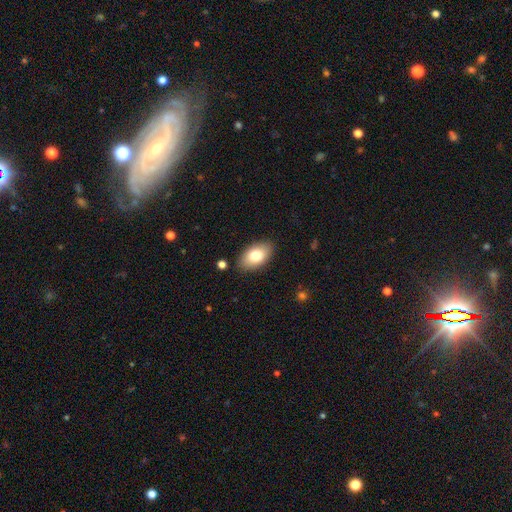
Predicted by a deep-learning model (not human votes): Smooth or featured? Predicted: smooth (p=0.78). How rounded? Predicted: in between (p=0.93). Merging? Predicted: none (p=0.87).